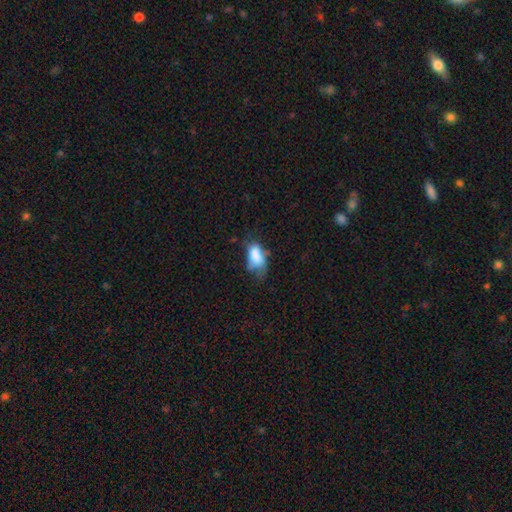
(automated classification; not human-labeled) smooth 73%, featured or disk 18%, star or artifact 10%. Down the decision tree: how rounded — in between (90%); merging — minor disturbance (32%, tied with major disturbance).